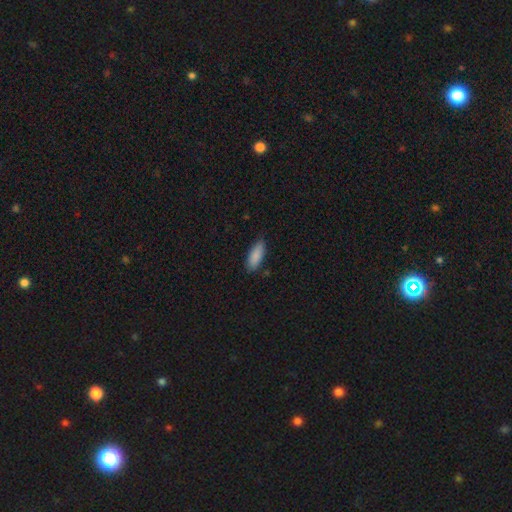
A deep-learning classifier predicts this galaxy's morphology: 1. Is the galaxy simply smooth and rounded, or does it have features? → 88% smooth, 6% star or artifact, 5% featured or disk.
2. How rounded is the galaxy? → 77% in between, 21% cigar-shaped, 2% round.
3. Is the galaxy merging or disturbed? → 82% none, 15% minor disturbance, 2% major disturbance, 1% merger.